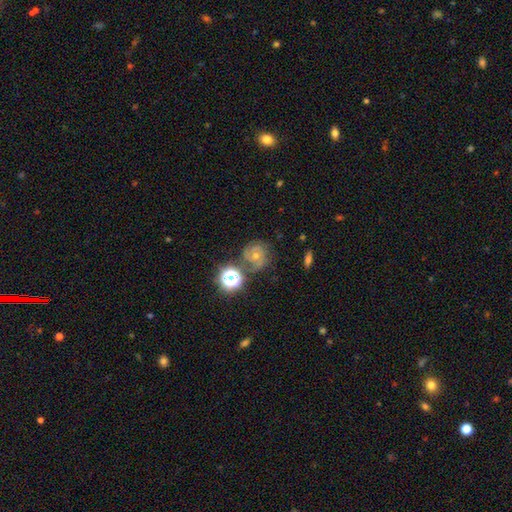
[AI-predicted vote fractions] featured or disk 63%, smooth 20%, star or artifact 16%. Down the decision tree: edge-on disk — no (97%); bar — no (74%); spiral arms — yes (93%); spiral arm count — 2 (43%); spiral winding — tight (52%); bulge size — moderate (50%); merging — none (67%).